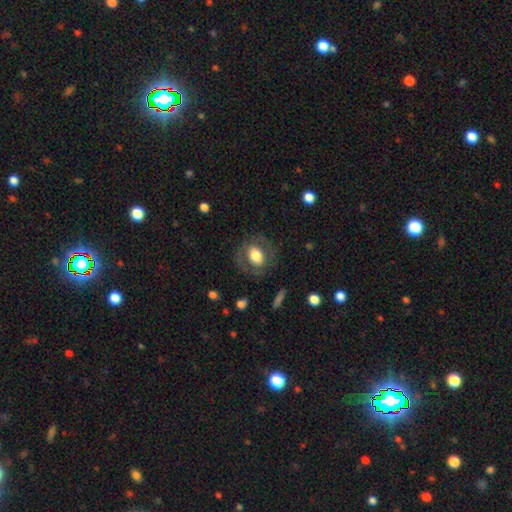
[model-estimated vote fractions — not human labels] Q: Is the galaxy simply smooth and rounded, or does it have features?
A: smooth — 59%.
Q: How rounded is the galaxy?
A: in between — 50%.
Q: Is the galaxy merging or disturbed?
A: none — 75%.